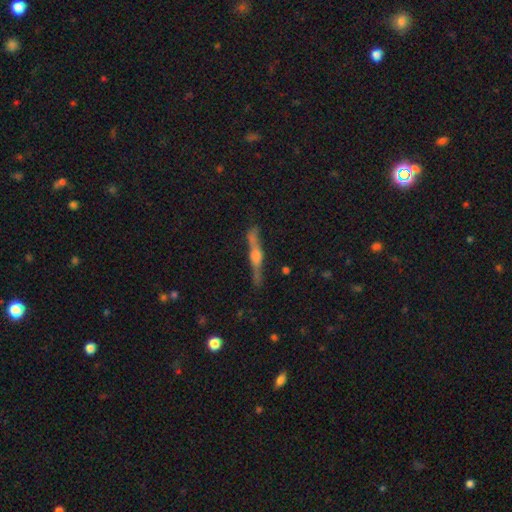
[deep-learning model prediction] Smooth or featured? featured or disk (72%)
Edge-on disk? yes (96%)
Edge-on bulge? rounded (79%)
Merging? none (79%)